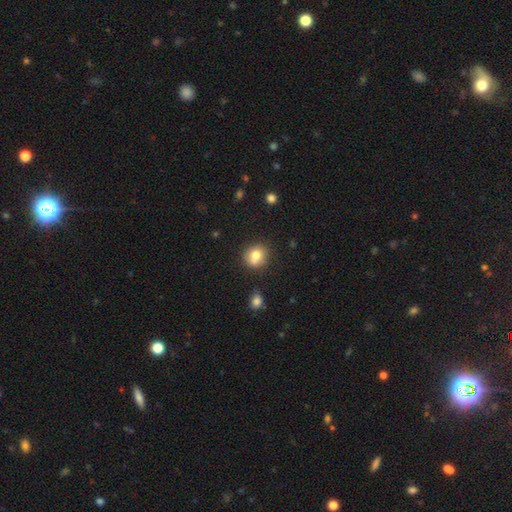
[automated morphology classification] This appears to be a smooth galaxy with no disk features (75%) that is round (80%). Merging: none (64%).